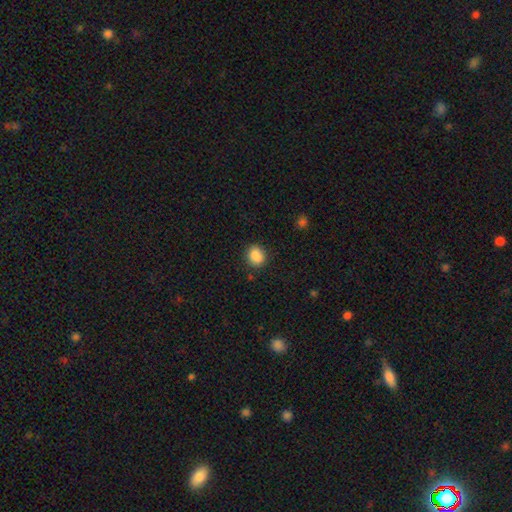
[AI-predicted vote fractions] This is clearly a smooth galaxy (87%). How rounded: likely round (70%). Merging: clearly none (83%).